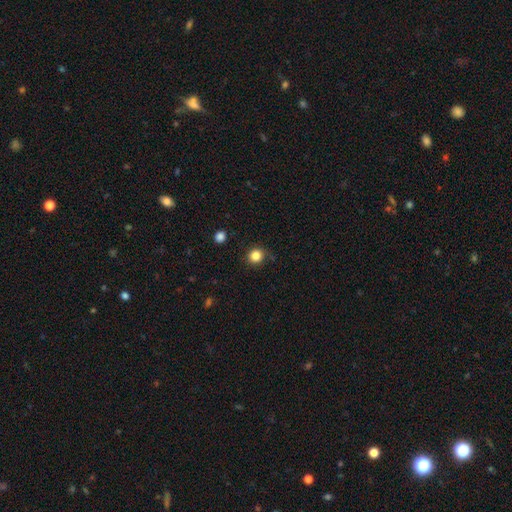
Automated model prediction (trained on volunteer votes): Smooth or featured? smooth (84%)
How rounded? round (89%)
Merging? none (86%)